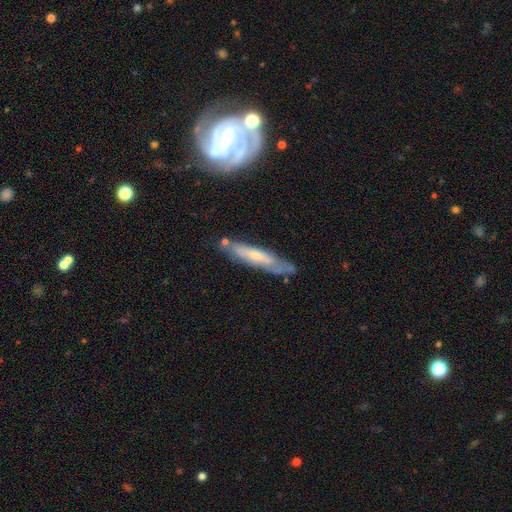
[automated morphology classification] Smooth or featured? Predicted: featured or disk (p=0.52). Edge-on disk? Predicted: yes (p=0.61). Merging? Predicted: none (p=0.69).